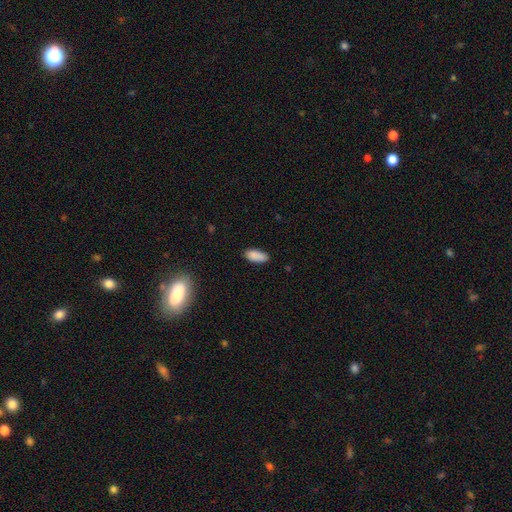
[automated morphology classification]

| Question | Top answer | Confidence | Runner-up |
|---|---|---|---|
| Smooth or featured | smooth | 88% | star or artifact (7%) |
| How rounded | in between | 86% | cigar-shaped (12%) |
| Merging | none | 82% | minor disturbance (14%) |